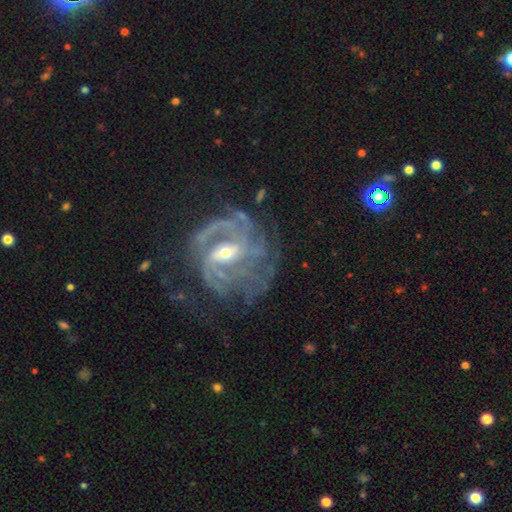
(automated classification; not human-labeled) smooth-or-featured: featured or disk: 89% | star or artifact: 7% | smooth: 5%
  disk-edge-on: no: 97% | yes: 3%
    bar: weak: 47% | strong: 32% | no: 21%
    has-spiral-arms: yes: 95% | no: 5%
      spiral-winding: tight: 48% | medium: 40% | loose: 12%
      spiral-arm-count: can't tell: 28% | 2: 25% | 3: 22% | 4: 12% | more than 4: 7% | 1: 6%
    bulge-size: small: 59% | moderate: 37% | large: 2% | none: 1% | dominant: 1%
  merging: none: 55% | major disturbance: 23% | minor disturbance: 20% | merger: 2%